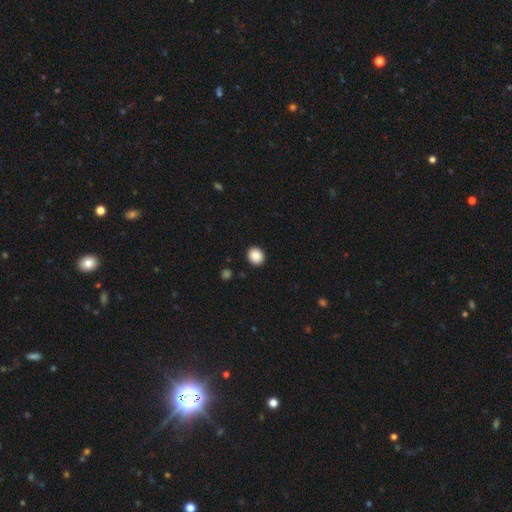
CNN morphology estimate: This appears to be a smooth galaxy with no disk features (88%) that is round (69%). Merging: none (91%).